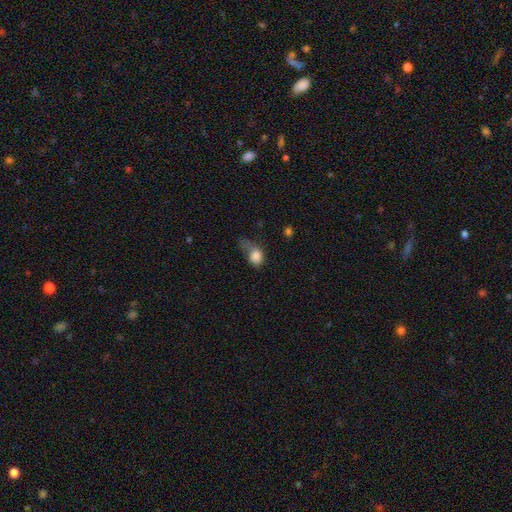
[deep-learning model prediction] Overall: smooth (80%). How rounded: in between (51%; round 47%). Merging: major disturbance (46%; minor disturbance 27%).